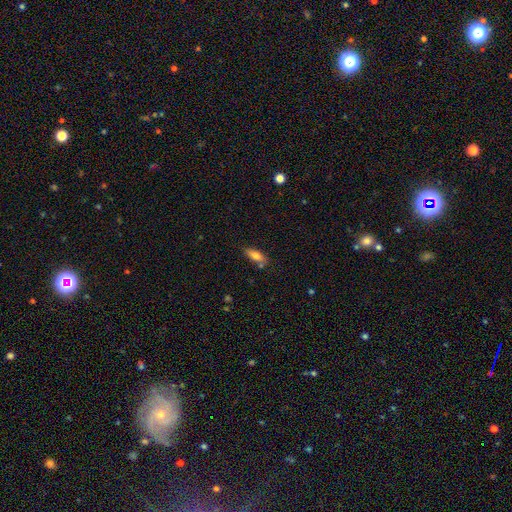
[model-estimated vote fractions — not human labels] Smooth or featured? Predicted: smooth (p=0.79). How rounded? Predicted: in between (p=0.70). Merging? Predicted: none (p=0.70).